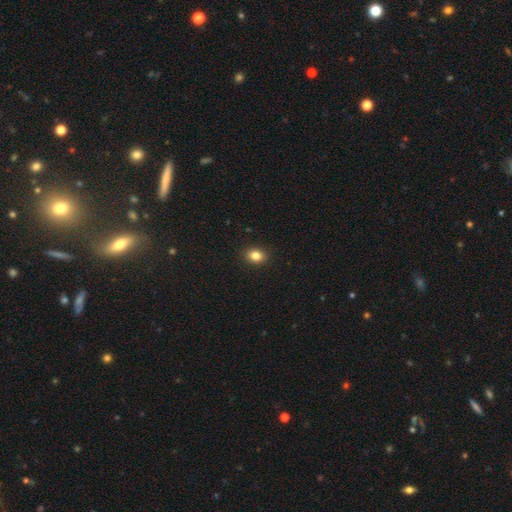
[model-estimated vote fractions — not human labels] Morphology: type=smooth (84%); roundness=in between (63%); merging=none (91%).